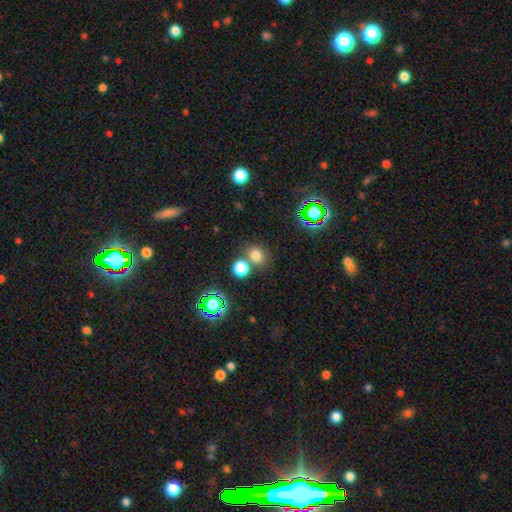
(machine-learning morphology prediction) Q: Smooth or featured?
A: smooth (73%); runner-up: star or artifact (20%)
Q: How rounded?
A: round (75%); runner-up: in between (24%)
Q: Merging?
A: none (66%); runner-up: merger (22%)